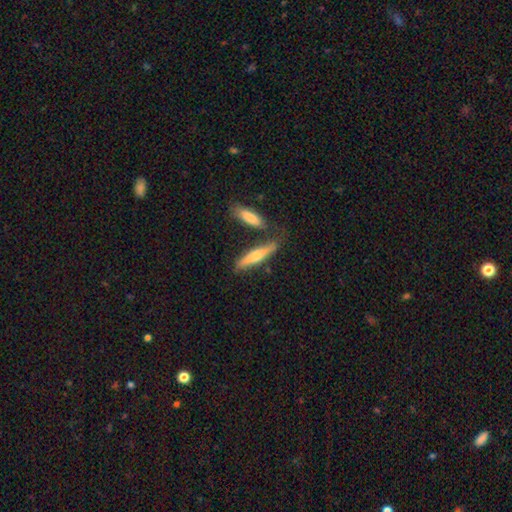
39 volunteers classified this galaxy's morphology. Smooth or featured: smooth — 59% (featured or disk — 36%)
How rounded: cigar-shaped — 83% (in between — 17%)
Merging: none — 51% (merger — 27%)